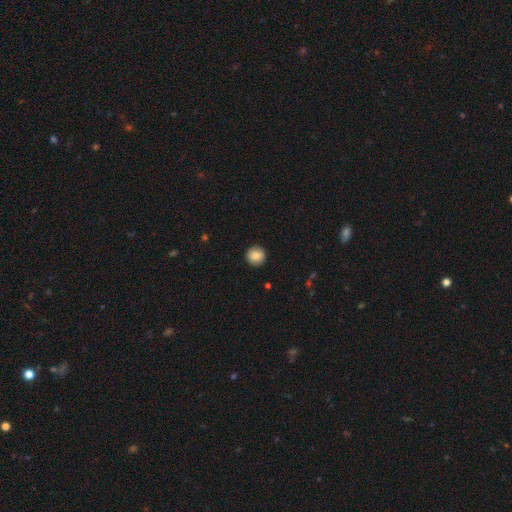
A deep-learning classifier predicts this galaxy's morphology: A smooth galaxy with no disk features (84%) that is round (95%). Merging: none (92%).